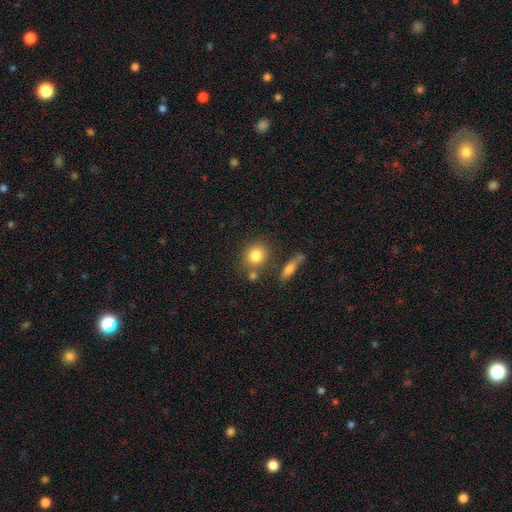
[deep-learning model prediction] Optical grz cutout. It shows a smooth galaxy with no disk features (81%) that is round (72%). Merging: none (71%).